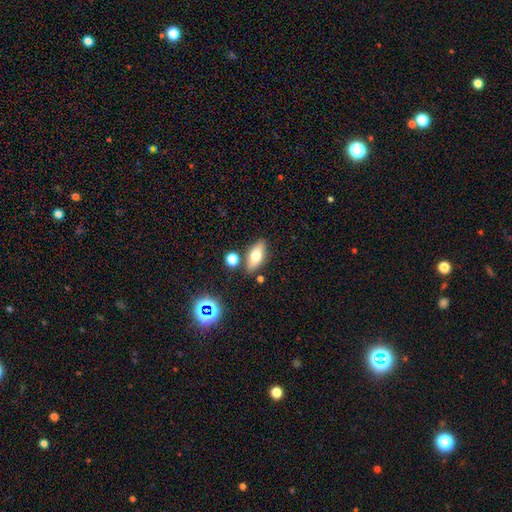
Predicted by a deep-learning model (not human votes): Morphology: type=smooth (61%); roundness=in between (75%); merging=none (79%).